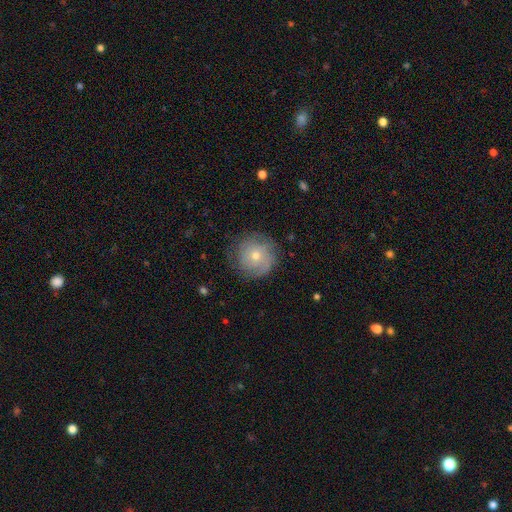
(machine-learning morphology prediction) type=featured or disk (47%); merging=none (79%).